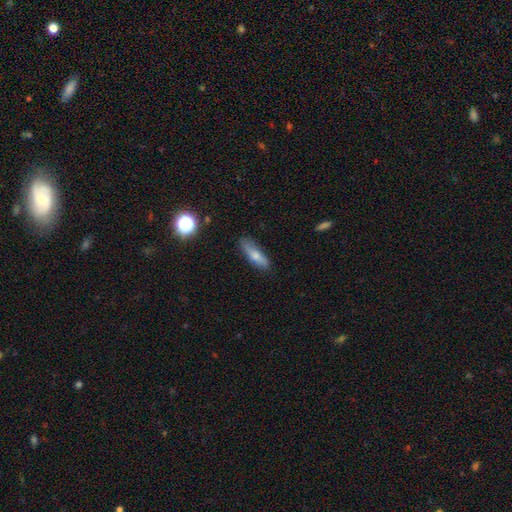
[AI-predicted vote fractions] smooth-or-featured: smooth: 70% | featured or disk: 23% | star or artifact: 8%
  how-rounded: cigar-shaped: 55% | in between: 42% | round: 2%
  merging: none: 71% | minor disturbance: 22% | major disturbance: 5% | merger: 2%